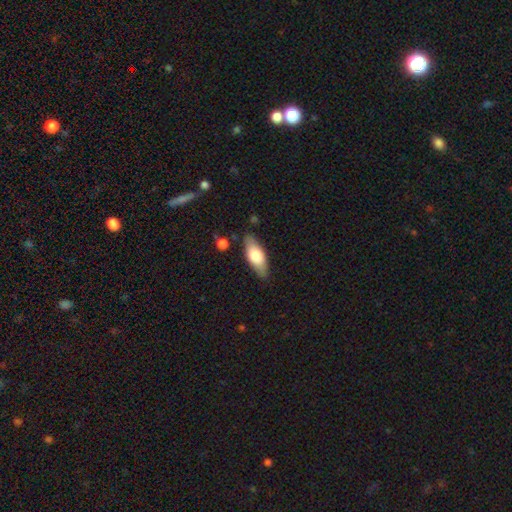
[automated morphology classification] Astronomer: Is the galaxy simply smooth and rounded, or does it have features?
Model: smooth — 67%.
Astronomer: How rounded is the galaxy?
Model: in between — 74%.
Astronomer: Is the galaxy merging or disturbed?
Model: none — 83%.